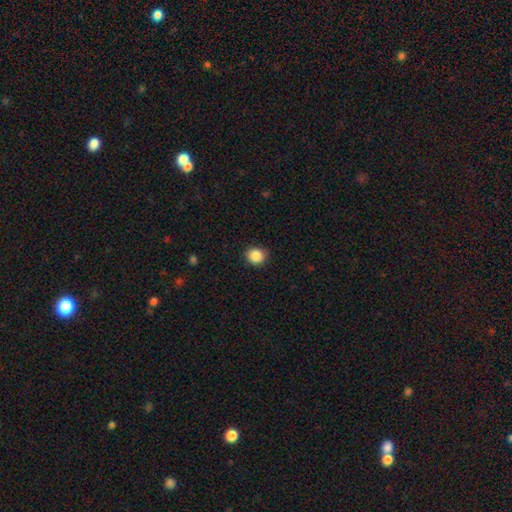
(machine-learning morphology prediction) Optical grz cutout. It shows a smooth galaxy with no disk features (88%) that is round (82%). Merging: none (89%).